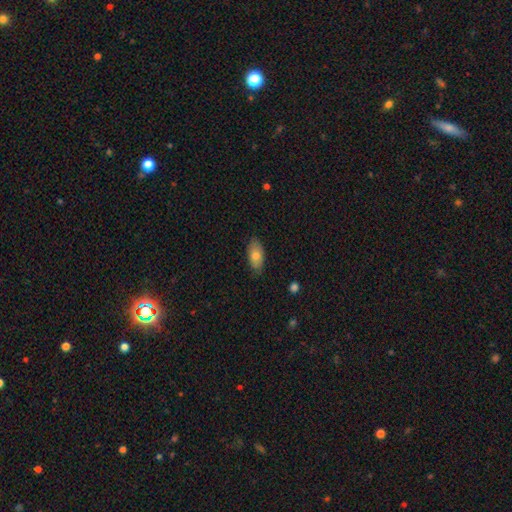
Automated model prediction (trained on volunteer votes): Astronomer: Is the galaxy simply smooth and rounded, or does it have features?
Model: smooth — 76%.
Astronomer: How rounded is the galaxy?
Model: in between — 91%.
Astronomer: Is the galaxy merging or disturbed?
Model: none — 82%.